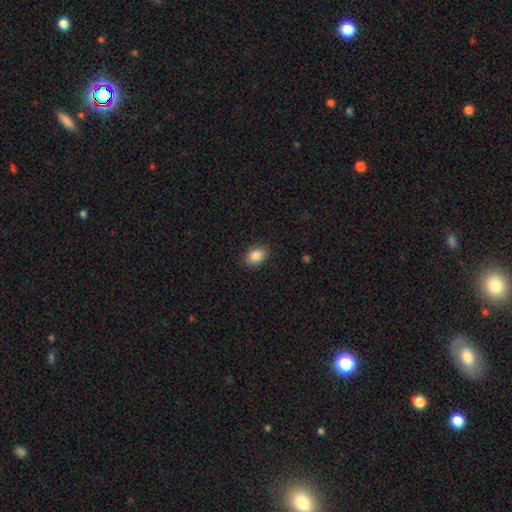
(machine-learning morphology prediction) This is clearly a smooth galaxy (87%). How rounded: clearly in between (83%). Merging: clearly none (88%).